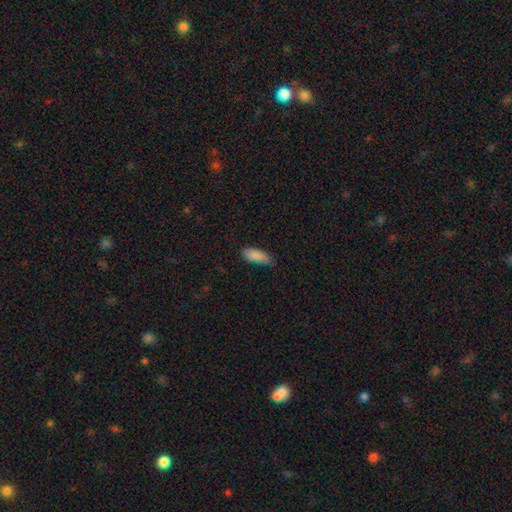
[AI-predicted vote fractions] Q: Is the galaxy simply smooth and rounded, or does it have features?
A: smooth — 88%.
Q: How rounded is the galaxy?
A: in between — 75%.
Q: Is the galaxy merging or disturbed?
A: none — 73%.